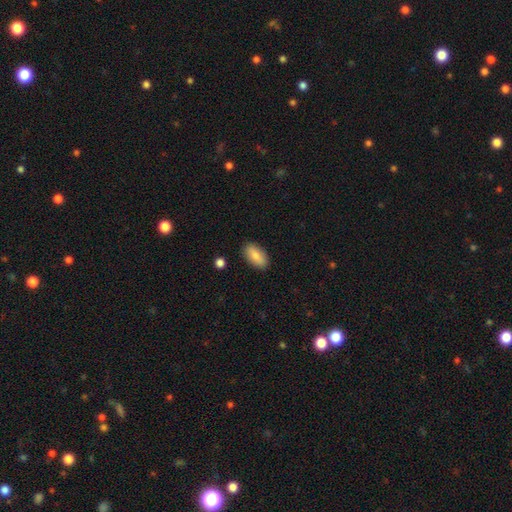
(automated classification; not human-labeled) Overall: smooth (82%). How rounded: in between (90%). Merging: none (87%).